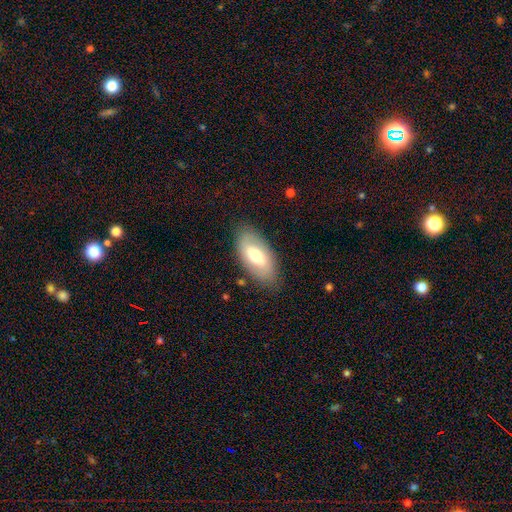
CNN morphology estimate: Overall: smooth (56%; featured or disk 38%). How rounded: in between (93%). Merging: none (82%).